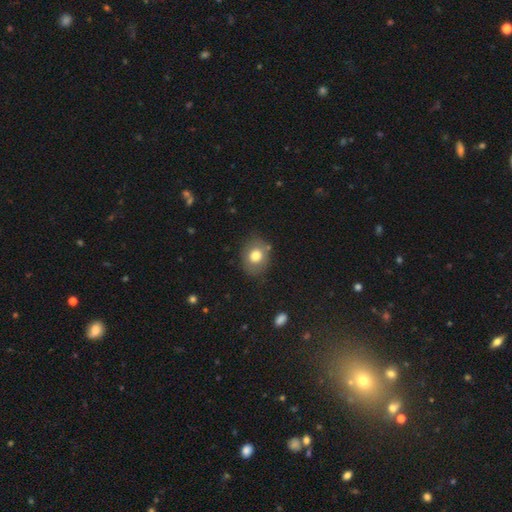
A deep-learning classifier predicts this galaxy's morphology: Smooth or featured: smooth — 74% (featured or disk — 16%)
How rounded: round — 57% (in between — 42%)
Merging: none — 78% (minor disturbance — 15%)